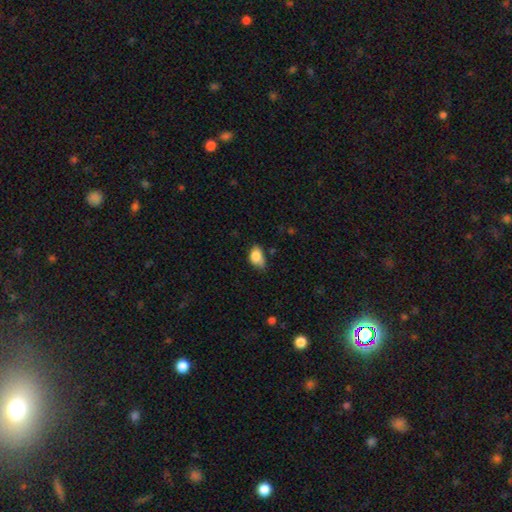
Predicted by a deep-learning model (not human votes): A smooth galaxy with no disk features (81%) that is in between round and cigar-shaped (82%). Merging: minor disturbance (42%).